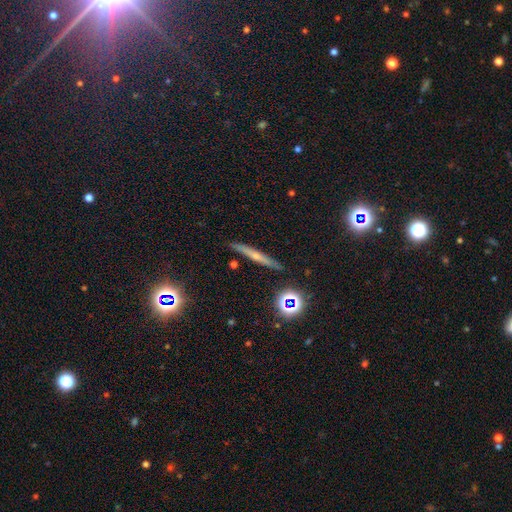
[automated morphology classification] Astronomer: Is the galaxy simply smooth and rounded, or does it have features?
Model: featured or disk — 48% (runner-up: smooth, 36%).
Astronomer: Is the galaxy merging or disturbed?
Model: none — 87%.